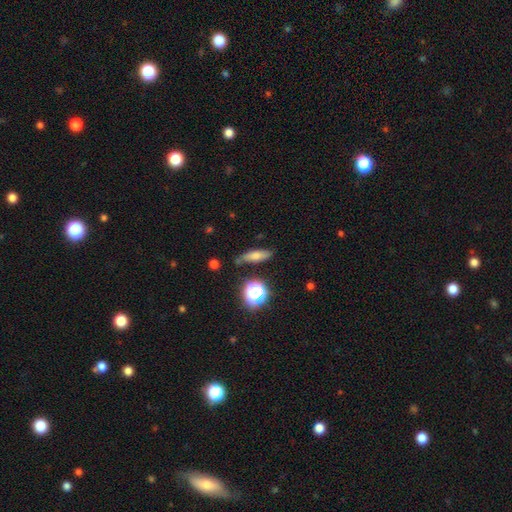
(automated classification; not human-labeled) This appears to be a smooth galaxy with no disk features (67%) that is cigar-shaped (48%). Merging: none (73%).